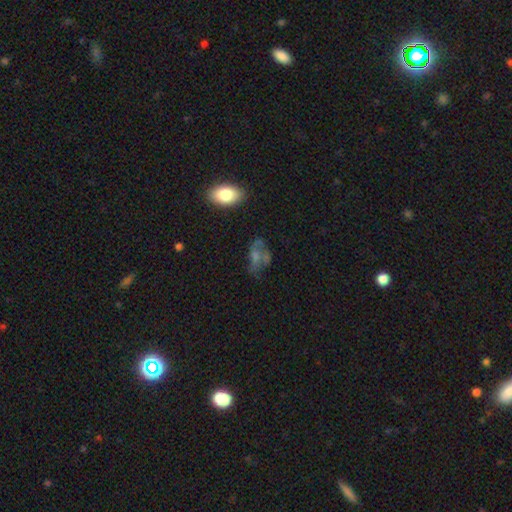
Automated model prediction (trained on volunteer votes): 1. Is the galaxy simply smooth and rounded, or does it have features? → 43% featured or disk, 39% smooth, 18% star or artifact.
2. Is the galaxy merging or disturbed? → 48% none, 22% minor disturbance, 21% major disturbance, 9% merger.